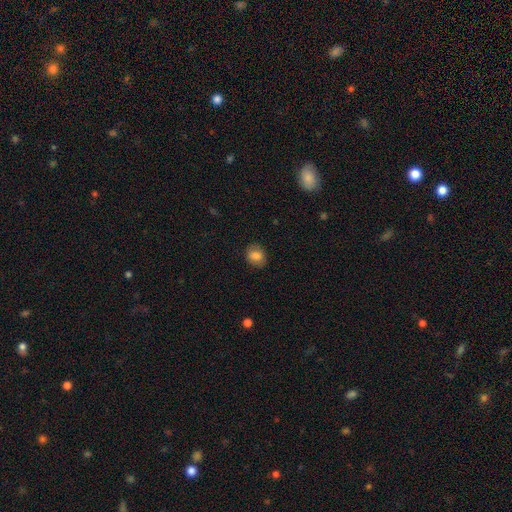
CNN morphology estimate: Smooth or featured: smooth — 81% (featured or disk — 10%)
How rounded: round — 54% (in between — 45%)
Merging: none — 83% (minor disturbance — 13%)